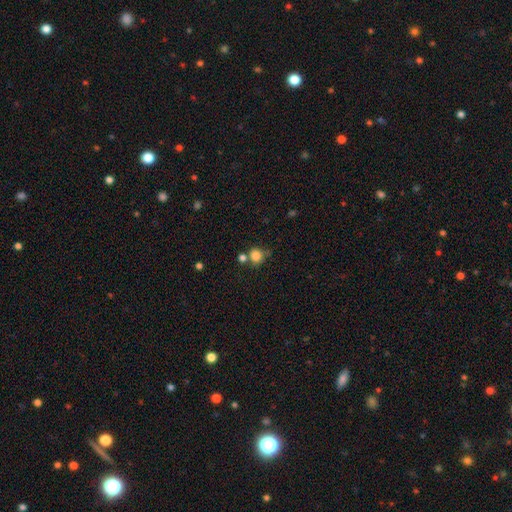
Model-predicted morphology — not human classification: Q: Smooth or featured?
A: smooth (82%); runner-up: star or artifact (11%)
Q: How rounded?
A: round (88%); runner-up: in between (11%)
Q: Merging?
A: none (60%); runner-up: merger (21%)